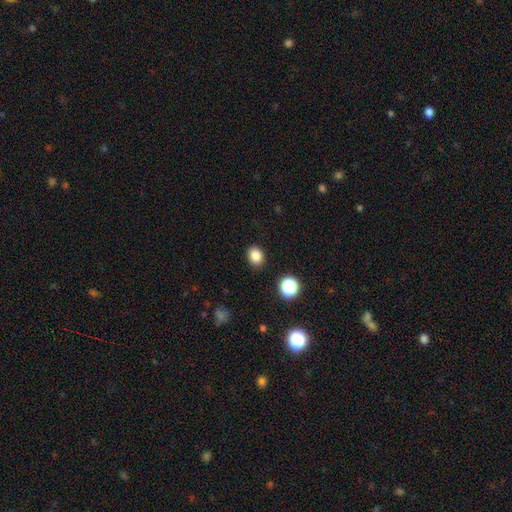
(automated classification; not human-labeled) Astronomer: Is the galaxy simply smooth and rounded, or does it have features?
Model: smooth — 83%.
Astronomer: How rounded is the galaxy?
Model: round — 55% (runner-up: in between, 44%).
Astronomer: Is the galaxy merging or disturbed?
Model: none — 89%.